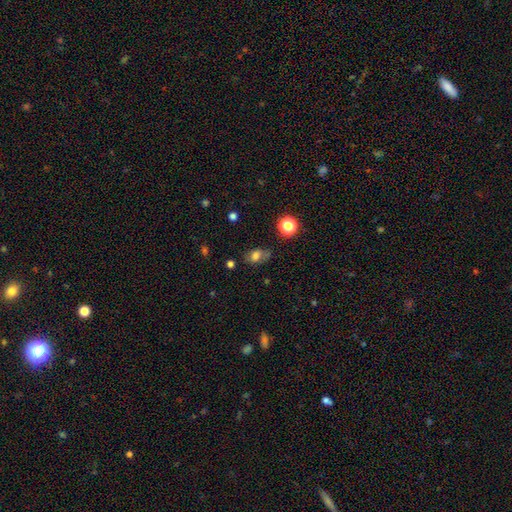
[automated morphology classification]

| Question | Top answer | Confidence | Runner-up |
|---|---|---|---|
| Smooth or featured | smooth | 72% | star or artifact (15%) |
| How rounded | in between | 74% | round (24%) |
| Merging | none | 56% | minor disturbance (27%) |